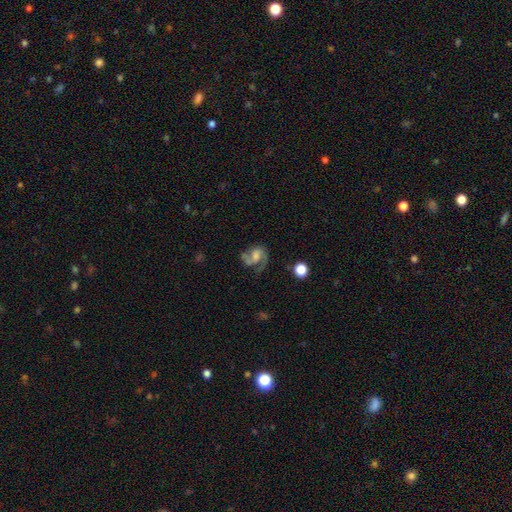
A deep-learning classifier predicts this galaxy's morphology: smooth-or-featured: featured or disk: 70% | smooth: 20% | star or artifact: 10%
  disk-edge-on: no: 98% | yes: 2%
    bar: no: 52% | weak: 39% | strong: 9%
    has-spiral-arms: yes: 88% | no: 12%
      spiral-winding: medium: 48% | loose: 35% | tight: 18%
      spiral-arm-count: 2: 68% | 1: 17% | can't tell: 8% | 3: 4% | 4: 1% | more than 4: 1%
    bulge-size: moderate: 38% | small: 26% | none: 19% | large: 14% | dominant: 2%
  merging: none: 45% | major disturbance: 28% | minor disturbance: 20% | merger: 7%